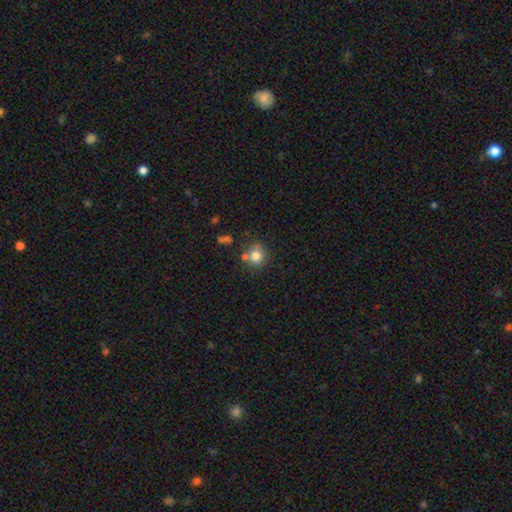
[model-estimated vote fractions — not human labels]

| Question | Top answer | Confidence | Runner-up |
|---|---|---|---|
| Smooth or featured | smooth | 79% | star or artifact (11%) |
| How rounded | round | 85% | in between (14%) |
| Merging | none | 63% | merger (18%) |